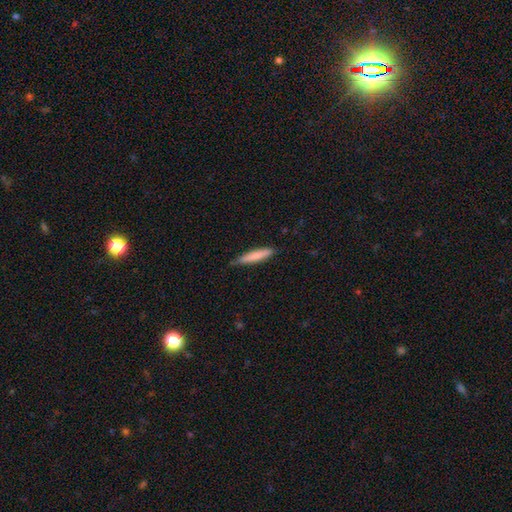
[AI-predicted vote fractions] smooth_or_featured: smooth (p=0.79) [alt: featured or disk p=0.15]
how_rounded: cigar-shaped (p=0.89) [alt: in between p=0.09]
merging: none (p=0.81) [alt: minor disturbance p=0.15]